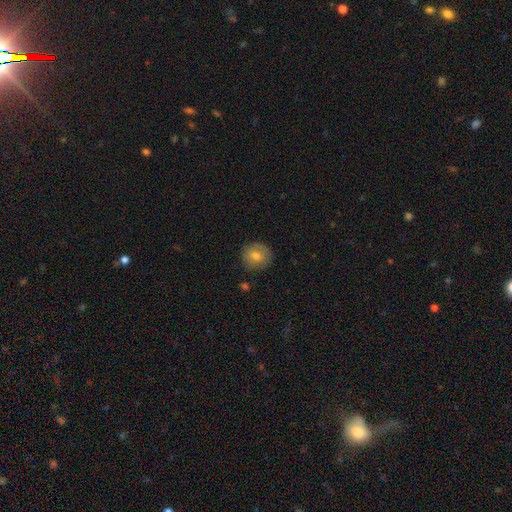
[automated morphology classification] Smooth or featured?
  - smooth: 67% *
  - featured or disk: 23%
  - star or artifact: 10%
How rounded?
  - round: 87% *
  - in between: 12%
  - cigar-shaped: 1%
Merging?
  - none: 84% *
  - minor disturbance: 11%
  - major disturbance: 3%
  - merger: 1%